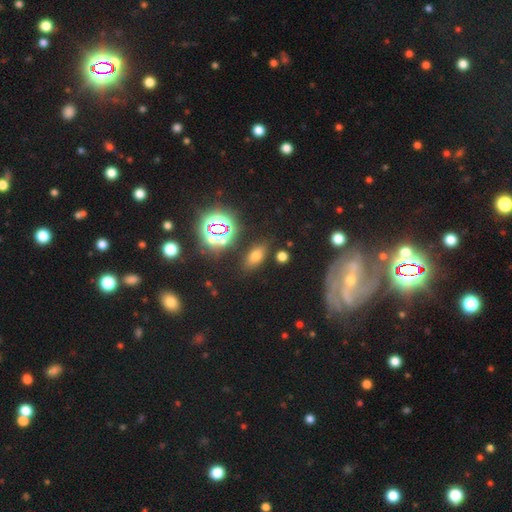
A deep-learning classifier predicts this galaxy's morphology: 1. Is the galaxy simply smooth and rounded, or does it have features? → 60% smooth, 29% star or artifact, 11% featured or disk.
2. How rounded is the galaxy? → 85% in between, 9% round, 6% cigar-shaped.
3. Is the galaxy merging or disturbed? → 83% none, 9% minor disturbance, 4% merger, 4% major disturbance.